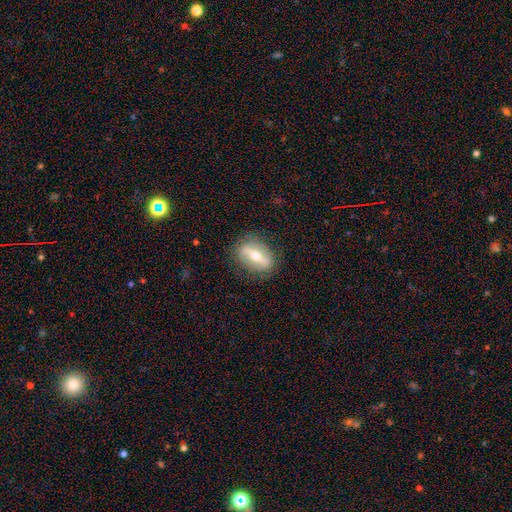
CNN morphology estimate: featured or disk 68%, smooth 25%, star or artifact 7%. Down the decision tree: edge-on disk — no (63%); merging — none (83%).